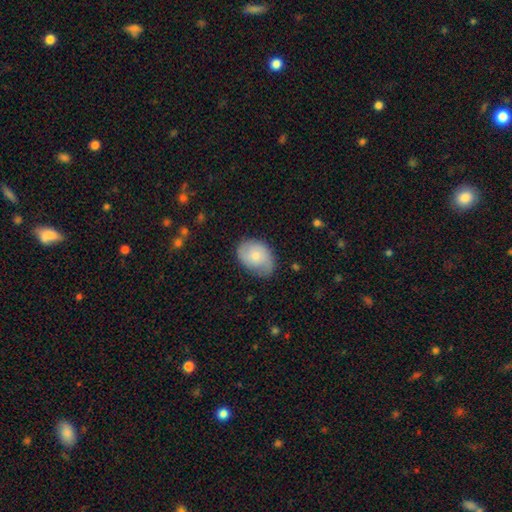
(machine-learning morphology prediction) A smooth galaxy with no disk features (62%) that is in between round and cigar-shaped (75%).

Vote fractions:
- Smooth or featured? smooth: 62% / featured or disk: 32% / star or artifact: 7%
- How rounded? in between: 75% / round: 24% / cigar-shaped: 1%
- Merging? none: 64% / minor disturbance: 27% / major disturbance: 7% / merger: 1%